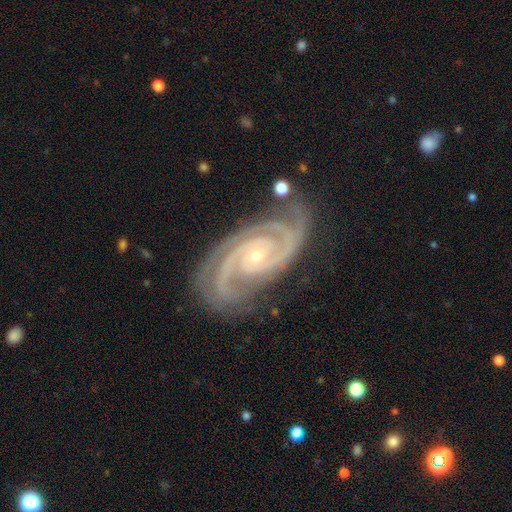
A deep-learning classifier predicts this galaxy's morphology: Overall: featured or disk (93%). Edge-on disk: no (97%). Bar: no (67%). Spiral arms: yes (99%). Spiral arm count: 2 (69%). Spiral winding: tight (69%). Bulge size: small (77%). Merging: none (77%).